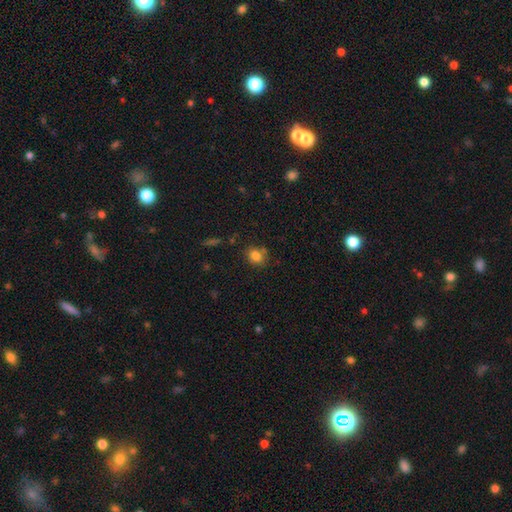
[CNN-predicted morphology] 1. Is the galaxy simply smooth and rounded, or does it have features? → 82% smooth, 11% star or artifact, 7% featured or disk.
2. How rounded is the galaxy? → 51% round, 48% in between, 1% cigar-shaped.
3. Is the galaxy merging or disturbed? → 70% none, 16% minor disturbance, 9% merger, 5% major disturbance.